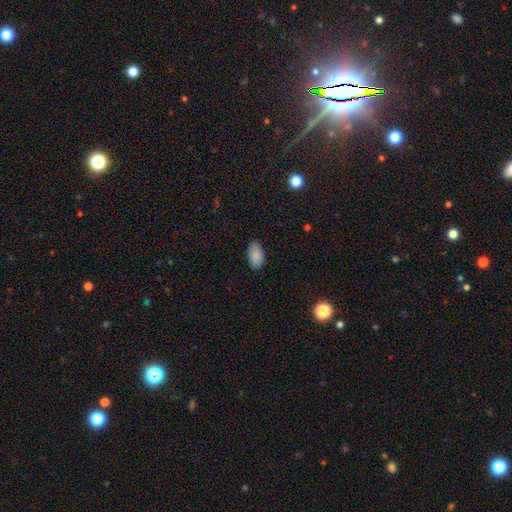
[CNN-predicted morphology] Q: Smooth or featured?
A: smooth (88%); runner-up: star or artifact (7%)
Q: How rounded?
A: in between (94%); runner-up: round (3%)
Q: Merging?
A: none (87%); runner-up: minor disturbance (10%)